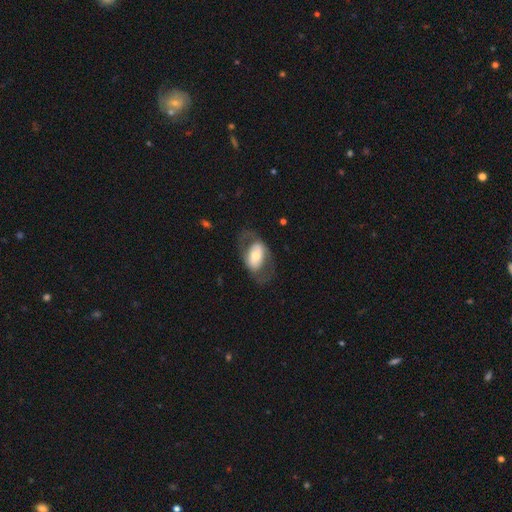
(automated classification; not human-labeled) Smooth or featured? featured or disk (49%)
Merging? none (63%)